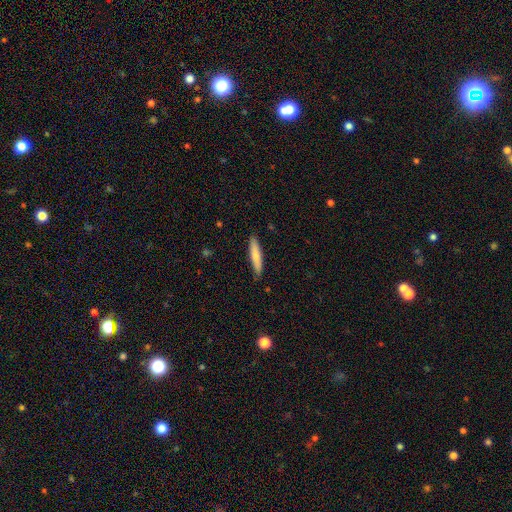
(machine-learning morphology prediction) The model was most divided on "smooth or featured": smooth: 71%, featured or disk: 24%, star or artifact: 6%. More confident: how rounded — cigar-shaped (89%); merging — none (87%).